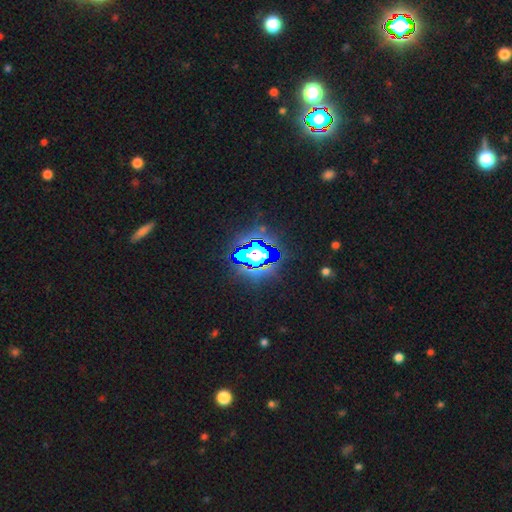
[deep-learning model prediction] This appears to be a star or artifact, not a galaxy (73%).